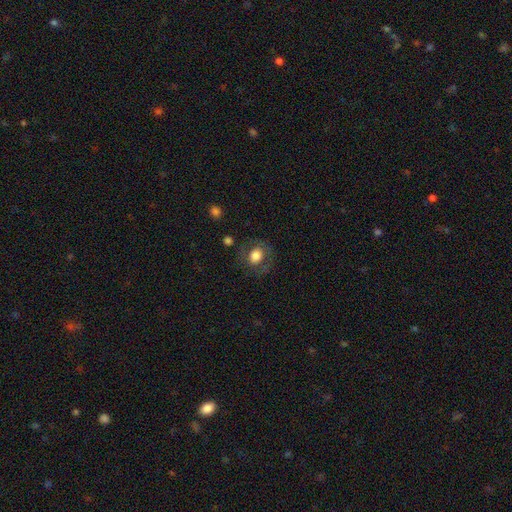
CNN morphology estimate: The model was most divided on "how rounded": round: 65%, in between: 34%, cigar-shaped: 1%. More confident: merging — none (75%); smooth or featured — smooth (71%).